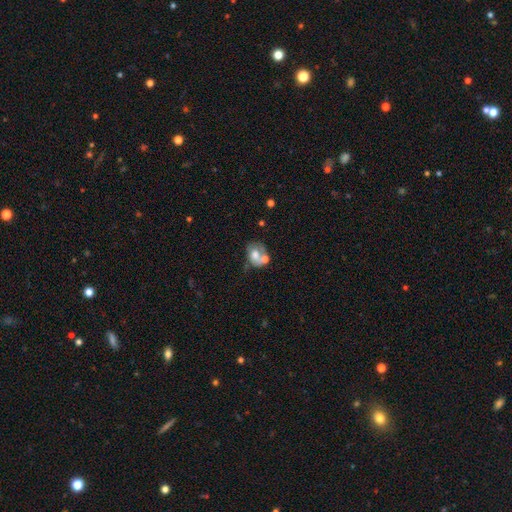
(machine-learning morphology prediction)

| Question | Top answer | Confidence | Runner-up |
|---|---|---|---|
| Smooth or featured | smooth | 56% | featured or disk (35%) |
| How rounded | in between | 56% | round (43%) |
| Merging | merger | 47% | none (25%) |